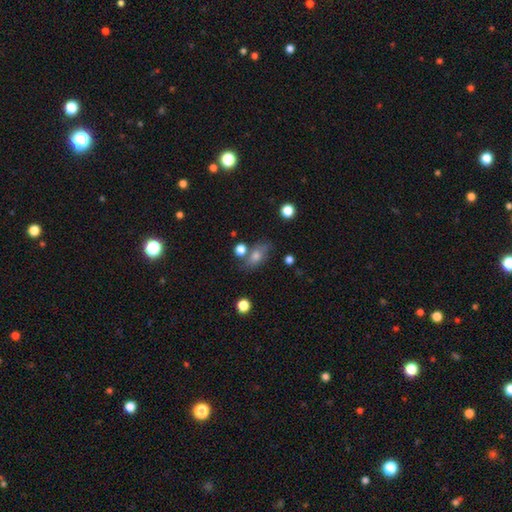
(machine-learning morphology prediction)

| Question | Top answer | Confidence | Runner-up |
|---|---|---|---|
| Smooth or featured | smooth | 67% | featured or disk (18%) |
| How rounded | in between | 76% | round (18%) |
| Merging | none | 65% | minor disturbance (17%) |